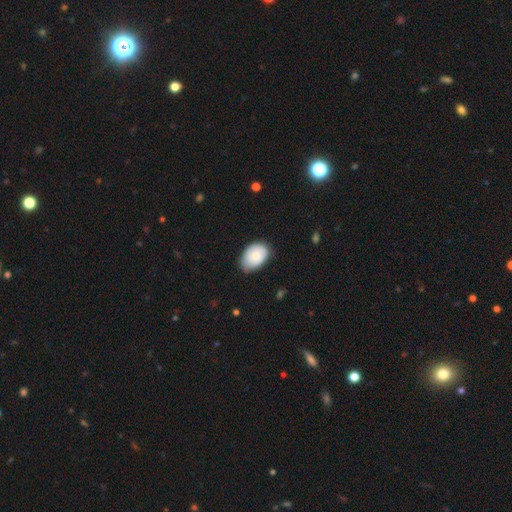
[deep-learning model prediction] Smooth or featured? smooth (76%)
How rounded? in between (82%)
Merging? none (64%)